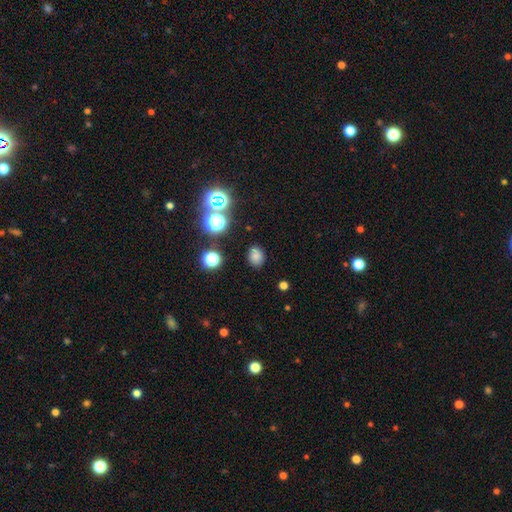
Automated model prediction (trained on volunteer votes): Smooth or featured? Predicted: smooth (p=0.74). How rounded? Predicted: in between (p=0.50). Merging? Predicted: none (p=0.80).